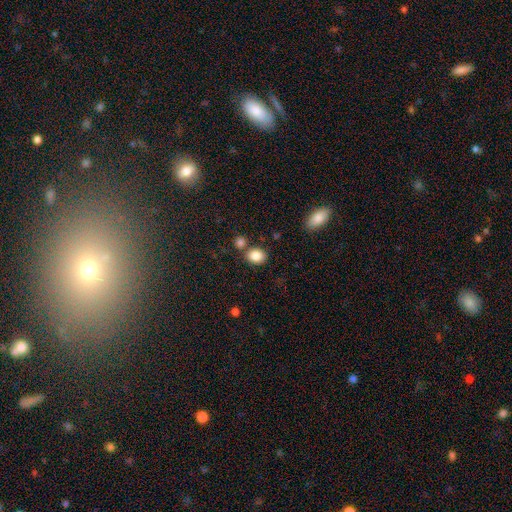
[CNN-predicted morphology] Smooth or featured? Predicted: smooth (p=0.86). How rounded? Predicted: in between (p=0.51). Merging? Predicted: none (p=0.70).